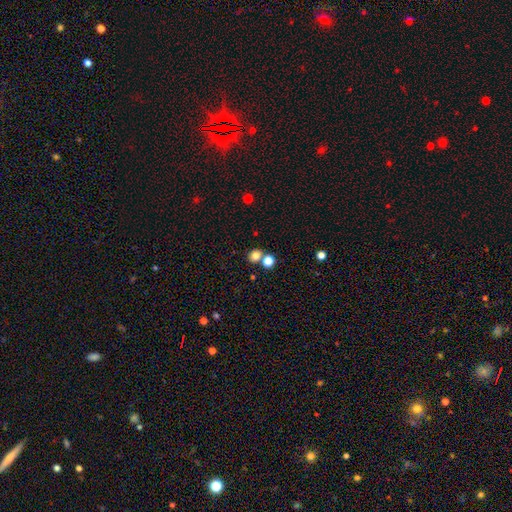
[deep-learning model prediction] The model was most divided on "merging": none: 65%, merger: 24%, minor disturbance: 8%, major disturbance: 3%. More confident: smooth or featured — smooth (79%); how rounded — round (72%).